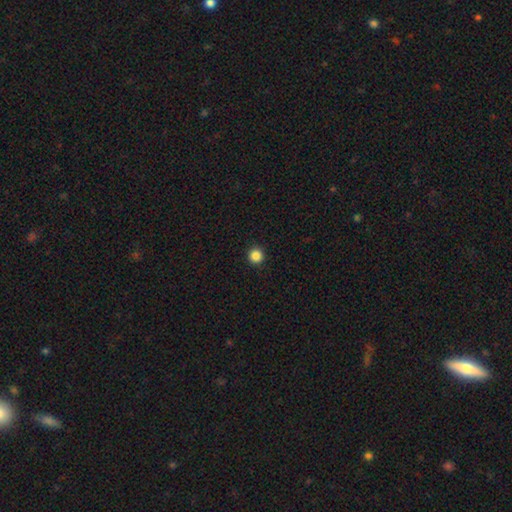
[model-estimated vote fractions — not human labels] This is clearly a smooth galaxy (86%). How rounded: clearly round (96%). Merging: clearly none (94%).